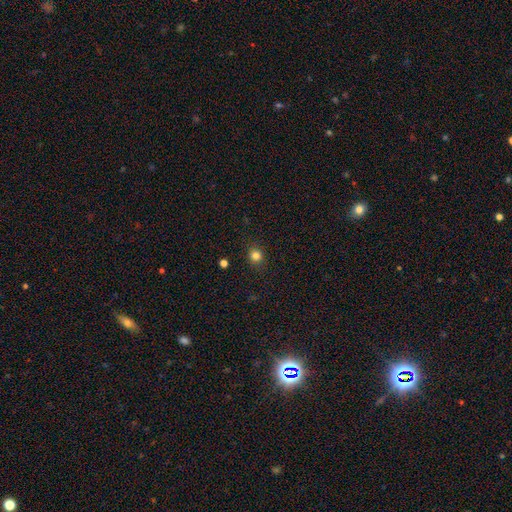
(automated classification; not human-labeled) A smooth galaxy with no disk features (82%) that is round (81%). Merging: none (88%).